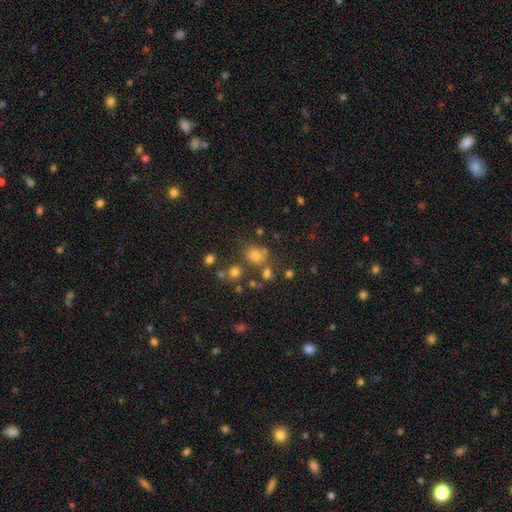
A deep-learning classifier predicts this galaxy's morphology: Smooth or featured?
  - smooth: 62% *
  - star or artifact: 28%
  - featured or disk: 10%
How rounded?
  - round: 78% *
  - in between: 21%
  - cigar-shaped: 1%
Merging?
  - none: 65% *
  - merger: 17%
  - minor disturbance: 12%
  - major disturbance: 6%